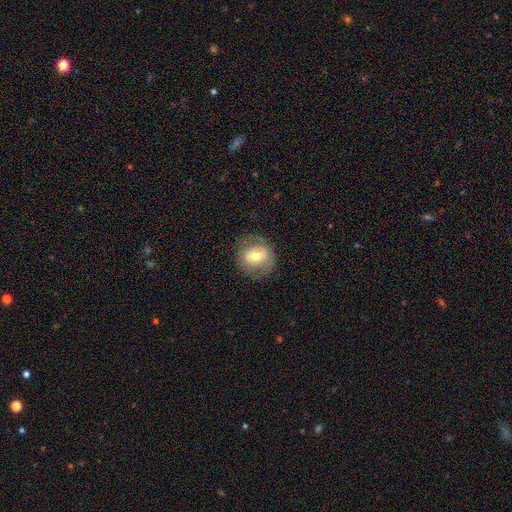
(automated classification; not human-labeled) smooth_or_featured: smooth (p=0.53) [alt: featured or disk p=0.39]
how_rounded: round (p=0.75) [alt: in between p=0.24]
merging: none (p=0.74) [alt: minor disturbance p=0.16]